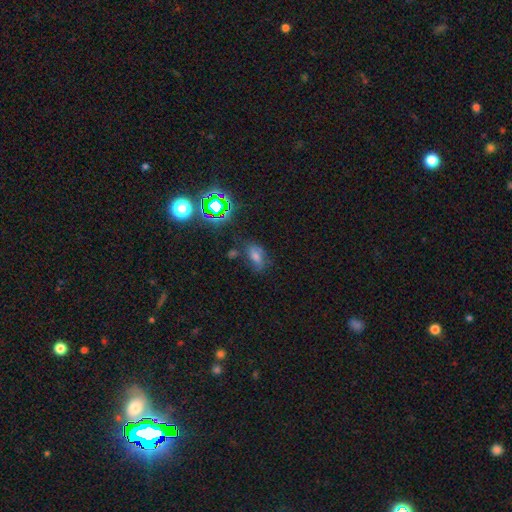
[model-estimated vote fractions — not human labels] Smooth or featured?
  - smooth: 47% *
  - star or artifact: 31%
  - featured or disk: 22%
Merging?
  - none: 60% *
  - minor disturbance: 23%
  - major disturbance: 11%
  - merger: 7%